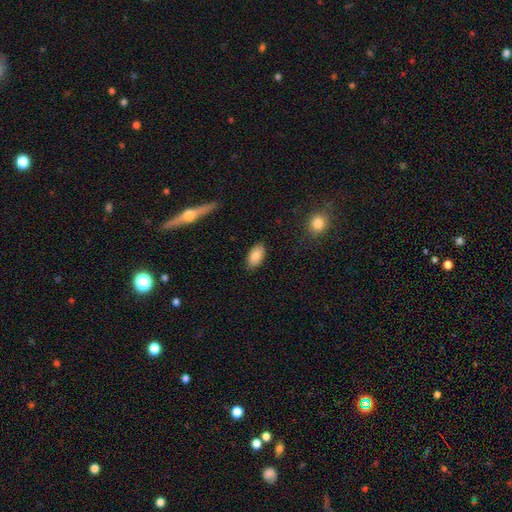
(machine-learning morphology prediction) Smooth or featured? Predicted: smooth (p=0.85). How rounded? Predicted: in between (p=0.94). Merging? Predicted: none (p=0.86).